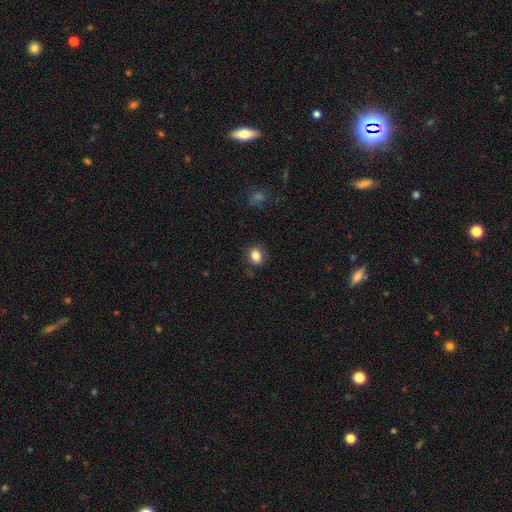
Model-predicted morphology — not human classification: Overall: smooth (83%). How rounded: in between (50%; round 49%). Merging: none (84%).